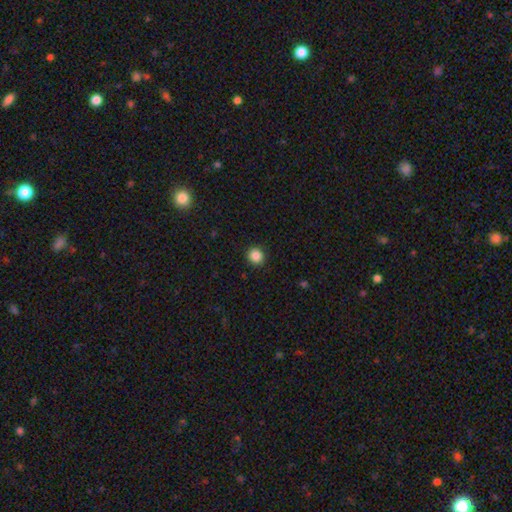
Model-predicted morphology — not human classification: This appears to be a smooth galaxy with no disk features (86%) that is round (89%). Merging: none (92%).